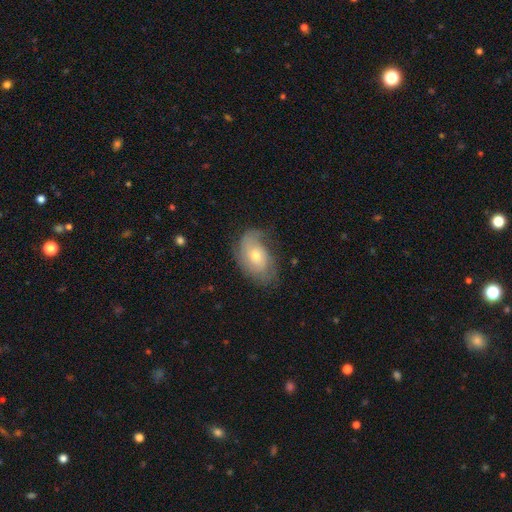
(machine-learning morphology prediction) type=featured or disk (57%); edge-on=no (94%); bar=no (77%); spiral arms=yes (79%); bulge=moderate (49%); merging=none (58%).